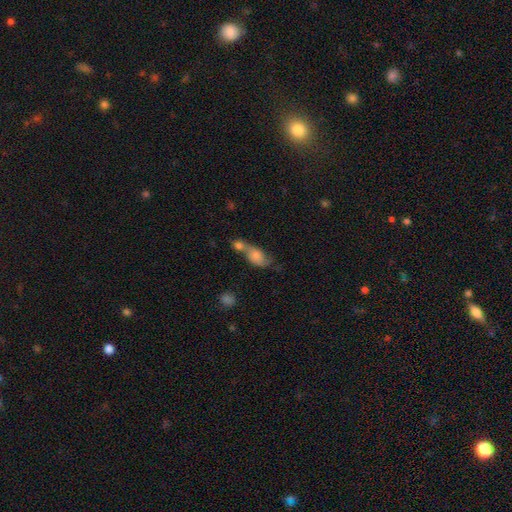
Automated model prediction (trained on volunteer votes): smooth-or-featured: smooth: 70% | featured or disk: 21% | star or artifact: 9%
  how-rounded: in between: 79% | round: 14% | cigar-shaped: 7%
  merging: merger: 66% | none: 19% | minor disturbance: 9% | major disturbance: 6%